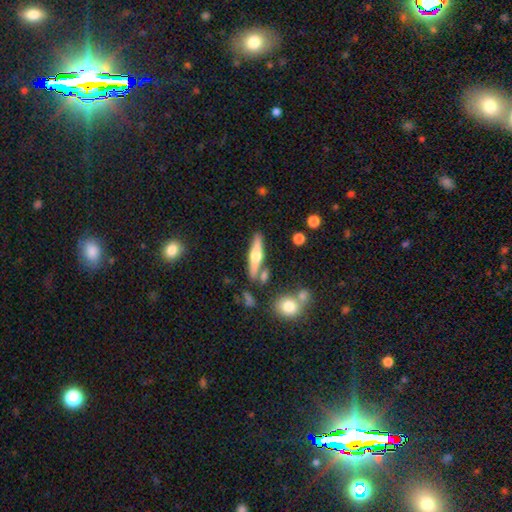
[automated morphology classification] This is likely a featured or disk galaxy (64%). It is clearly viewed edge-on (95%). Edge-on bulge: clearly rounded (94%). Merging: likely none (78%).